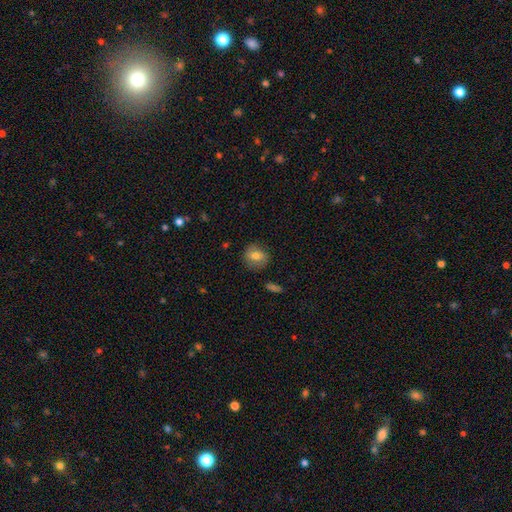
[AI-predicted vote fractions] Overall: smooth (71%). How rounded: round (70%). Merging: none (82%).